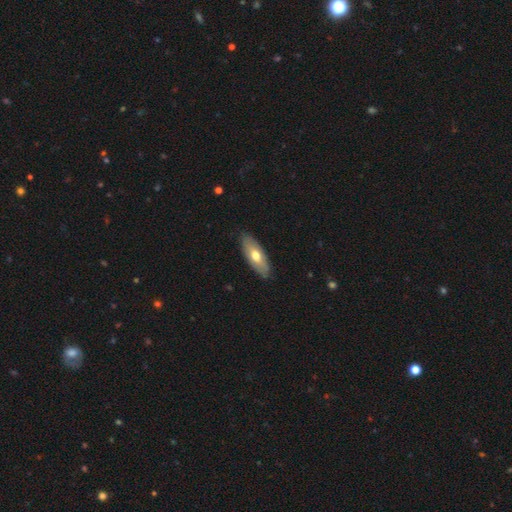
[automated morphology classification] Smooth or featured? Predicted: smooth (p=0.61). How rounded? Predicted: in between (p=0.78). Merging? Predicted: none (p=0.85).